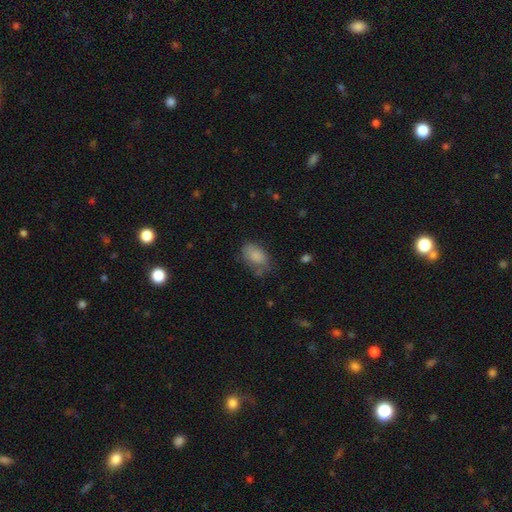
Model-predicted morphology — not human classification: type=smooth (83%); roundness=in between (89%); merging=none (58%).